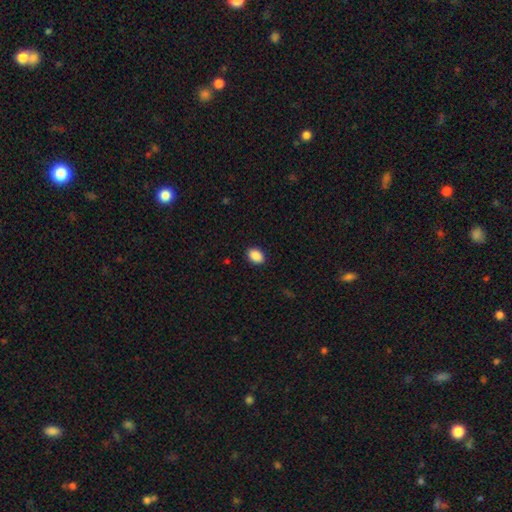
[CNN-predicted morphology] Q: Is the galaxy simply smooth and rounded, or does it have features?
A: smooth — 89%.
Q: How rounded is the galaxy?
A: in between — 78%.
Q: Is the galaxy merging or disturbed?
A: none — 90%.